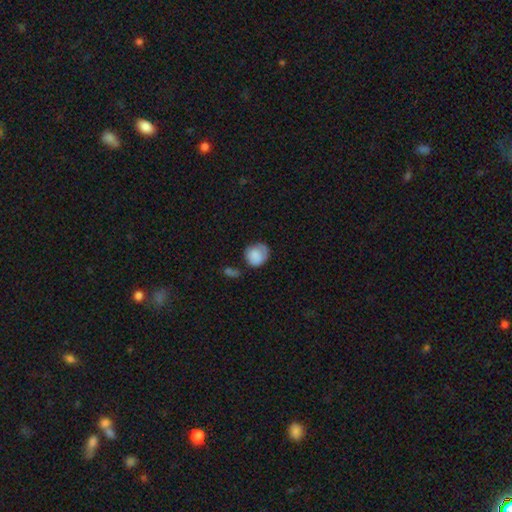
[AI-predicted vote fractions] Smooth or featured? smooth (81%)
How rounded? round (77%)
Merging? none (47%)